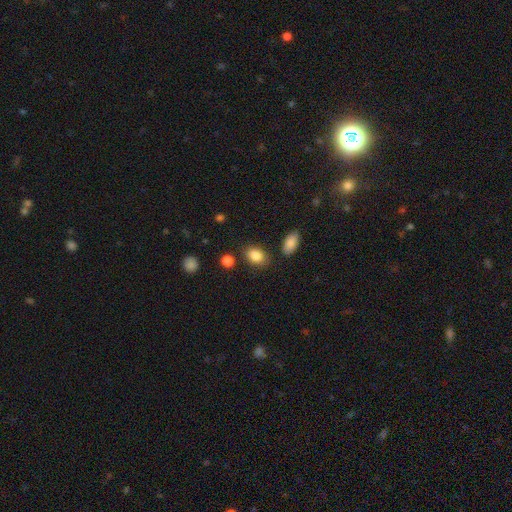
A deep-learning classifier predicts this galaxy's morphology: This is clearly a smooth galaxy (86%). How rounded: likely in between (72%). Merging: likely none (79%).